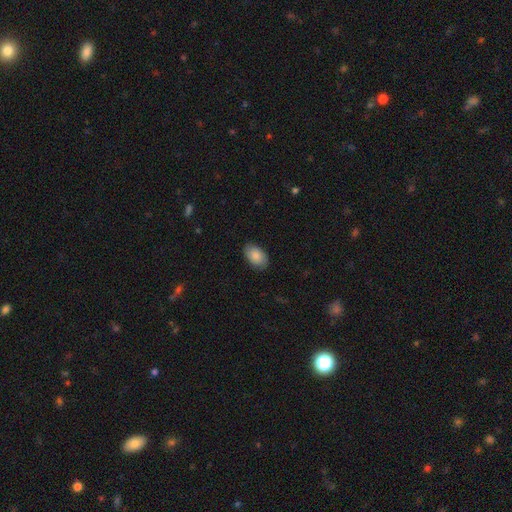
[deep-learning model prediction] smooth 82%, featured or disk 11%, star or artifact 7%. Down the decision tree: how rounded — in between (91%); merging — none (84%).